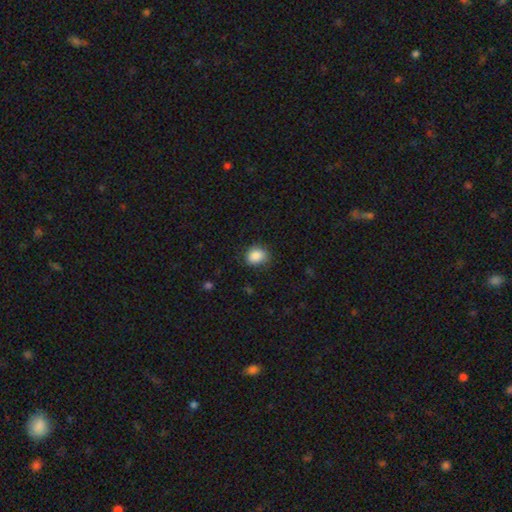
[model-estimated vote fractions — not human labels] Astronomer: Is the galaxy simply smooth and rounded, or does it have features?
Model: smooth — 88%.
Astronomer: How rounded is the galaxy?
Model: in between — 53% (runner-up: round, 46%).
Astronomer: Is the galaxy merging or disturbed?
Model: none — 76%.